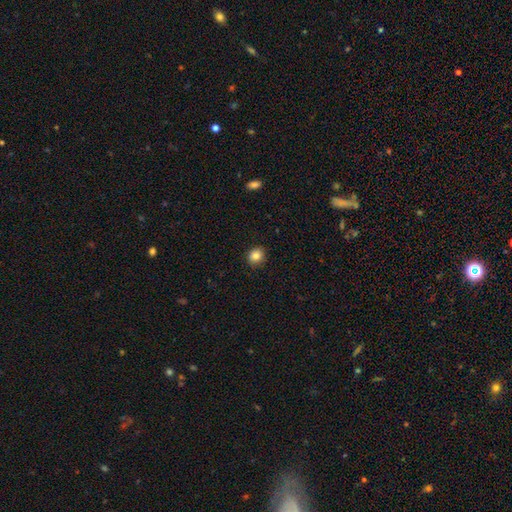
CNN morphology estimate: smooth_or_featured: smooth (p=0.84) [alt: star or artifact p=0.10]
how_rounded: round (p=0.76) [alt: in between p=0.23]
merging: none (p=0.87) [alt: minor disturbance p=0.10]